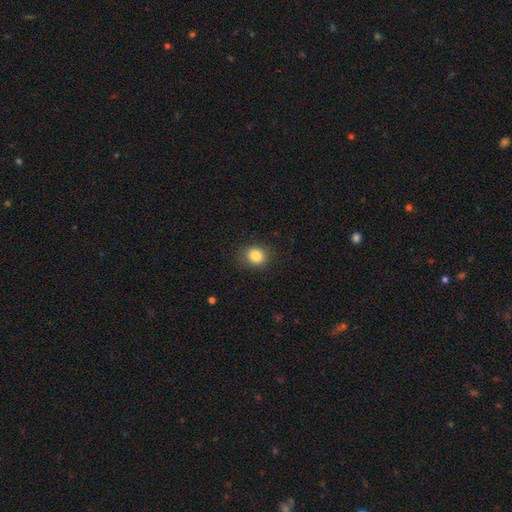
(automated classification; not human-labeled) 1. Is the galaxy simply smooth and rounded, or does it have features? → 83% smooth, 10% star or artifact, 6% featured or disk.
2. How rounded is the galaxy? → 71% round, 29% in between, 1% cigar-shaped.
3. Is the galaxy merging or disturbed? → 85% none, 11% minor disturbance, 3% major disturbance, 1% merger.